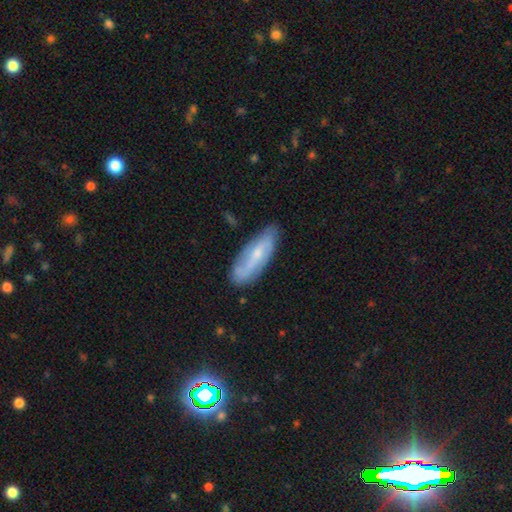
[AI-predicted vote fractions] smooth_or_featured: featured or disk (p=0.57) [alt: smooth p=0.36]
disk_edge_on: no (p=0.80) [alt: yes p=0.20]
merging: none (p=0.77) [alt: minor disturbance p=0.17]